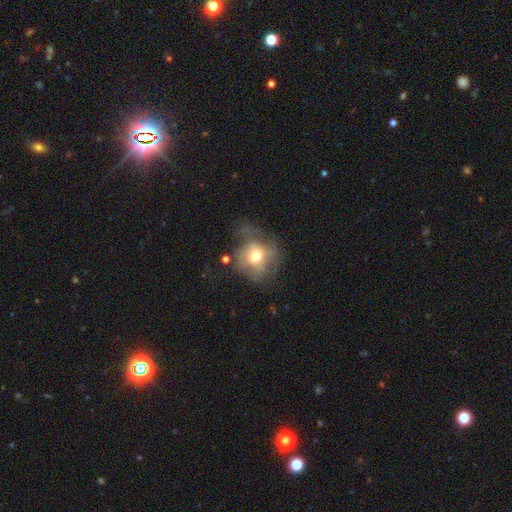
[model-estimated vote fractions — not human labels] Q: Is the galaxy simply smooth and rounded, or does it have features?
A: smooth — 55%.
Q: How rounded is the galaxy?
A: round — 74%.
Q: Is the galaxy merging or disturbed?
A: none — 39%.